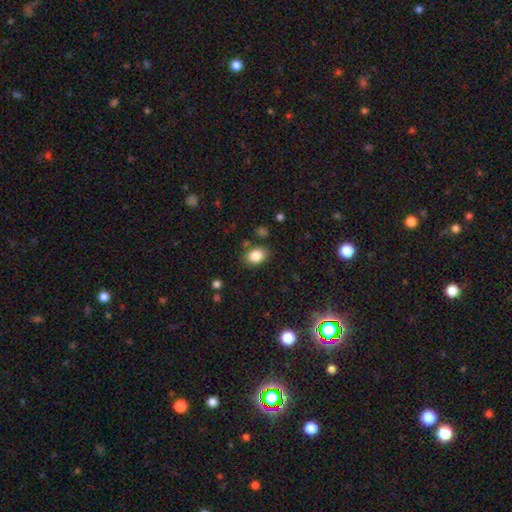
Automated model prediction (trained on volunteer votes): smooth 84%, star or artifact 9%, featured or disk 7%. Down the decision tree: how rounded — in between (64%); merging — none (81%).